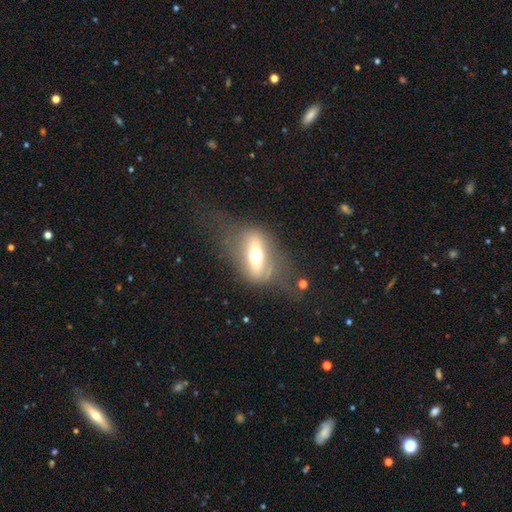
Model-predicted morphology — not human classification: smooth_or_featured: featured or disk (p=0.46) [alt: smooth p=0.43]
merging: none (p=0.50) [alt: major disturbance p=0.27]